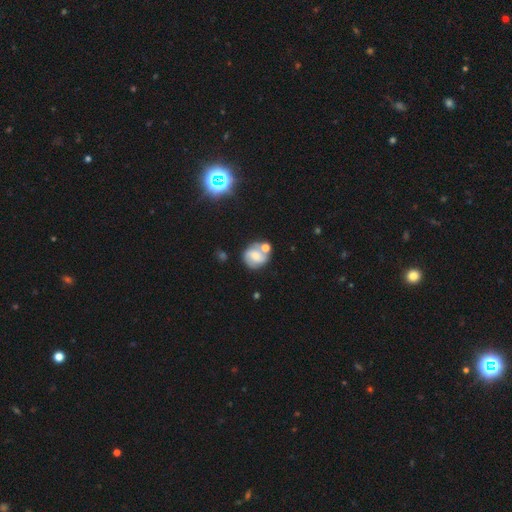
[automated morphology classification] Smooth or featured? featured or disk (48%)
Merging? none (54%)